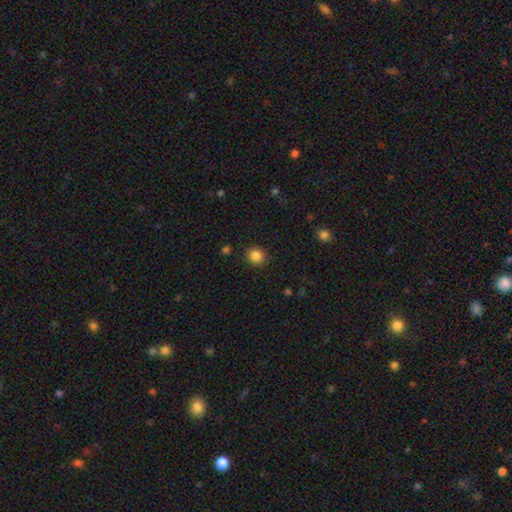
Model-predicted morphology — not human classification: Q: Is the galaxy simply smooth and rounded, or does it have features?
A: smooth — 85%.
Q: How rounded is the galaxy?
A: round — 86%.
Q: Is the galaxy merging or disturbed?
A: none — 90%.